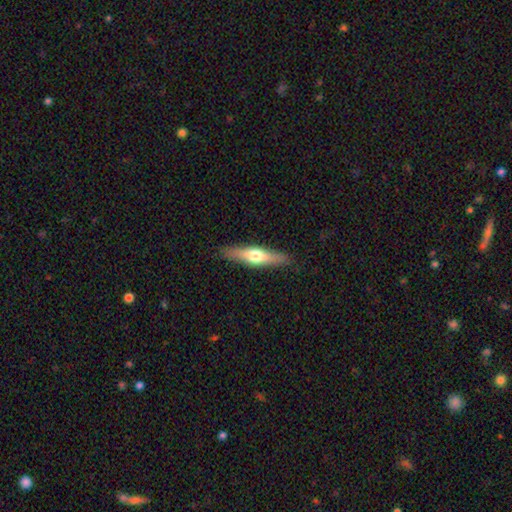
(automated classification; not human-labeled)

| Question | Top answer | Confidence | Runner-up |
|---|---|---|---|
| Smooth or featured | featured or disk | 50% | smooth (44%) |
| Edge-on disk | yes | 91% | no (9%) |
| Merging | none | 88% | minor disturbance (9%) |